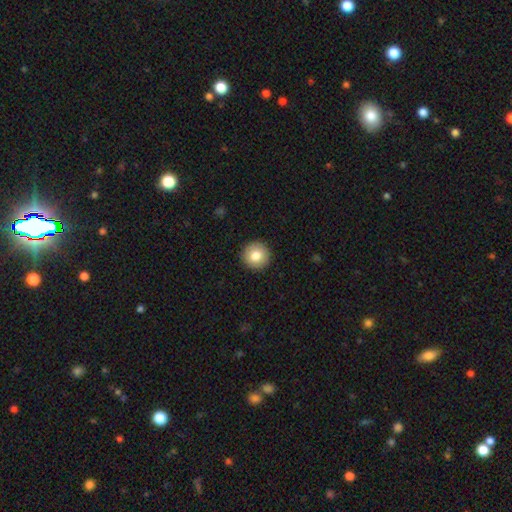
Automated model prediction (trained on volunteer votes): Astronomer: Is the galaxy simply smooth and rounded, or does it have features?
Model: smooth — 81%.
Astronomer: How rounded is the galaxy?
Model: round — 95%.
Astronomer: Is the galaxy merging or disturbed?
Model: none — 93%.